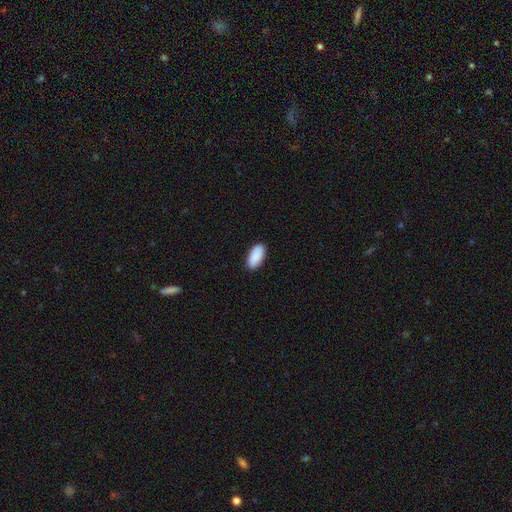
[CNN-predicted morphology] The model was most divided on "merging": none: 90%, minor disturbance: 8%, major disturbance: 2%, merger: 1%. More confident: how rounded — in between (93%); smooth or featured — smooth (91%).